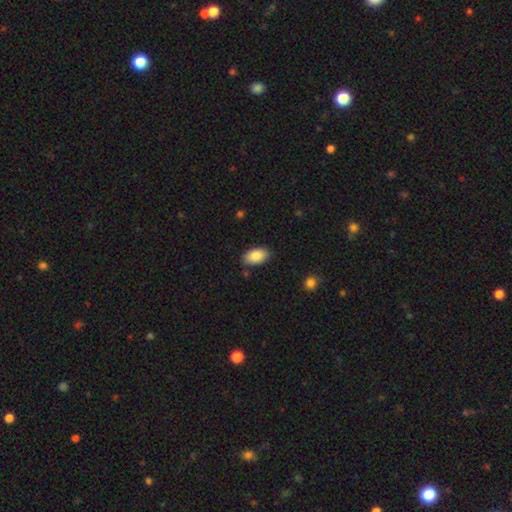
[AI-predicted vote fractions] This is clearly a smooth galaxy (87%). How rounded: clearly in between (94%). Merging: clearly none (85%).